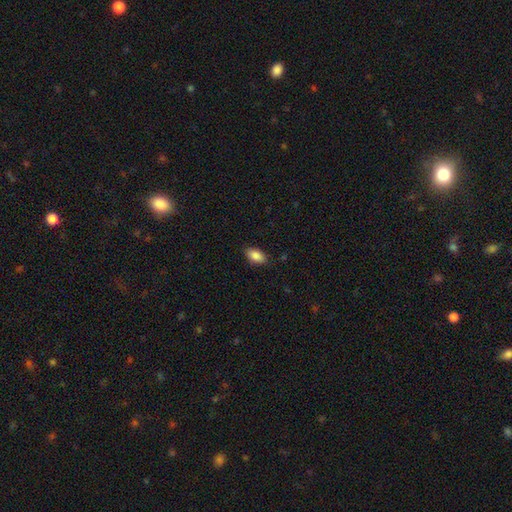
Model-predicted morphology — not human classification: A smooth galaxy with no disk features (88%) that is in between round and cigar-shaped (92%). Merging: none (85%).